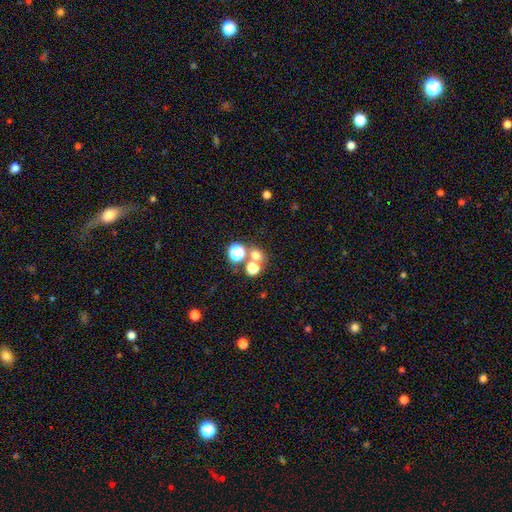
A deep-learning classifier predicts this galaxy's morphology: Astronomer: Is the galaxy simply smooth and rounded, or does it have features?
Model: smooth — 66%.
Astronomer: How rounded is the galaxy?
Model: round — 80%.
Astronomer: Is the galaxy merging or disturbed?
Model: none — 57% (runner-up: merger, 32%).